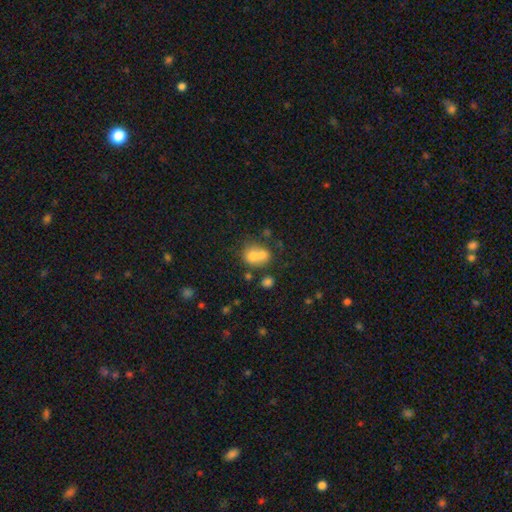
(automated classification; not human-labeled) Morphology: type=smooth (70%); roundness=round (69%); merging=merger (62%).